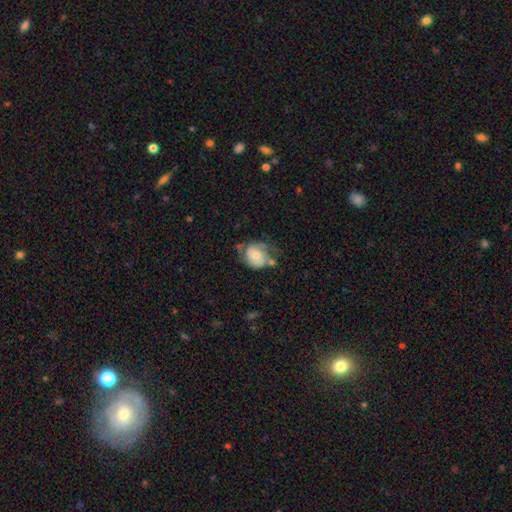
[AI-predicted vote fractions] This appears to be a featured or disk galaxy (58%) with no bar (72%), spiral arms (78%) and a moderate central bulge (47%). Merging: none (38%).